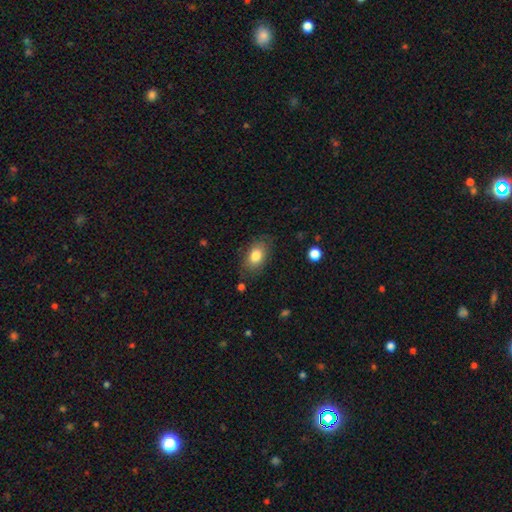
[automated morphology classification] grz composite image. It shows a smooth galaxy with no disk features (81%) that is in between round and cigar-shaped (86%). Merging: none (78%).